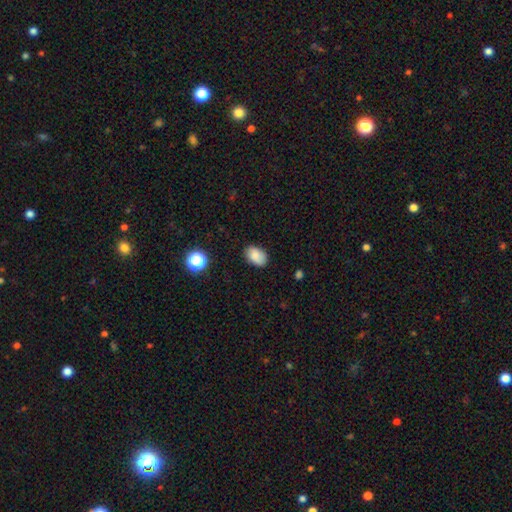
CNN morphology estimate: type=smooth (85%); roundness=in between (87%); merging=none (84%).